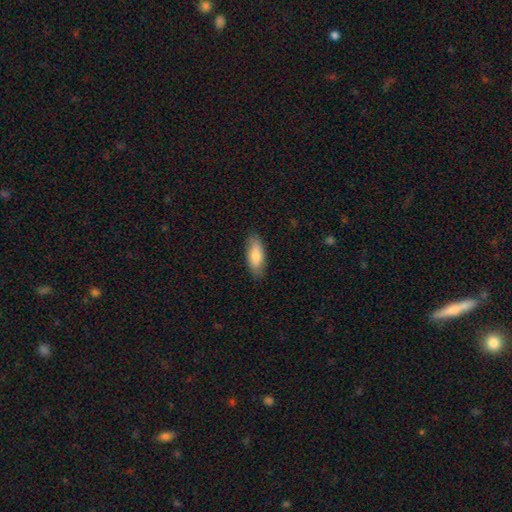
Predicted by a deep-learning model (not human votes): smooth-or-featured: smooth: 81% | featured or disk: 13% | star or artifact: 6%
  how-rounded: in between: 81% | cigar-shaped: 17% | round: 2%
  merging: none: 86% | minor disturbance: 11% | major disturbance: 2% | merger: 1%